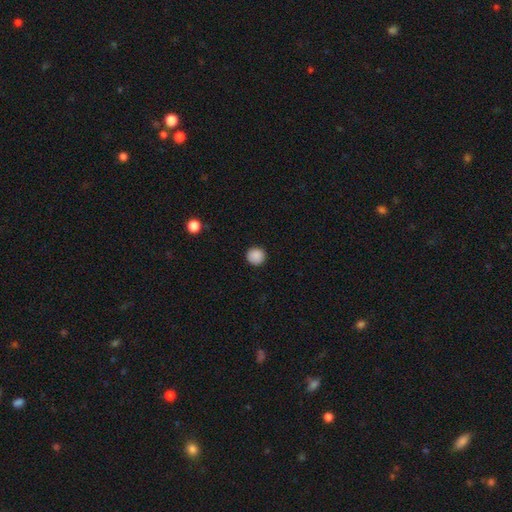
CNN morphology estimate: smooth-or-featured: smooth: 88% | star or artifact: 9% | featured or disk: 3%
  how-rounded: round: 93% | in between: 6% | cigar-shaped: 1%
  merging: none: 92% | minor disturbance: 6% | major disturbance: 2% | merger: 1%